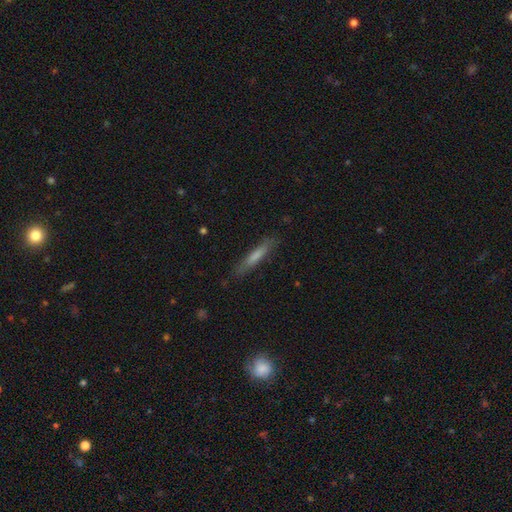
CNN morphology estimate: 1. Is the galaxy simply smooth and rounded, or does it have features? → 58% smooth, 34% featured or disk, 8% star or artifact.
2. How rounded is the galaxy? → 91% cigar-shaped, 7% in between, 2% round.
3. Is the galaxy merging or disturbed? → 84% none, 12% minor disturbance, 3% major disturbance, 1% merger.